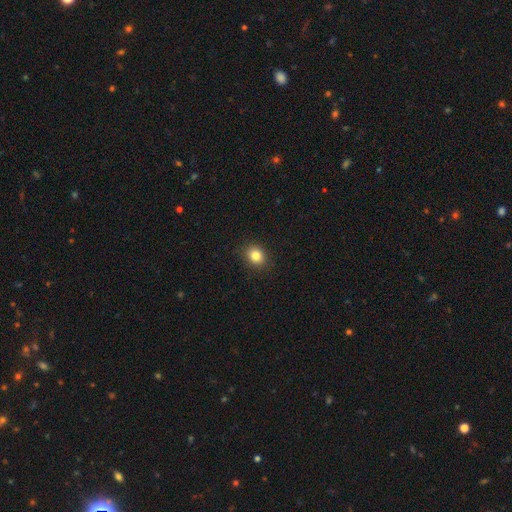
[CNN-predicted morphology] The model was most divided on "how rounded": round: 59%, in between: 40%, cigar-shaped: 1%. More confident: merging — none (90%); smooth or featured — smooth (83%).